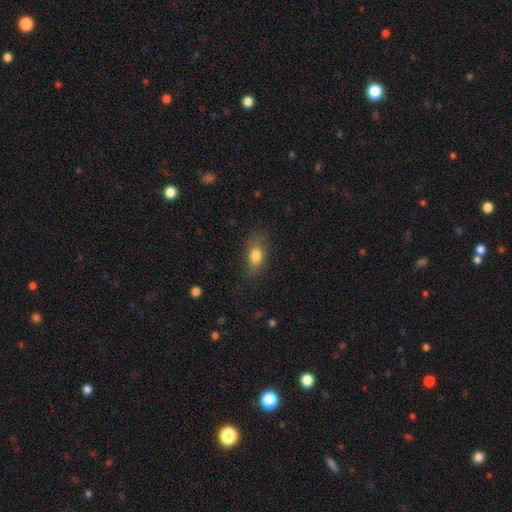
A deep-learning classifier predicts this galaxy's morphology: Overall: smooth (81%). How rounded: in between (83%). Merging: none (73%).